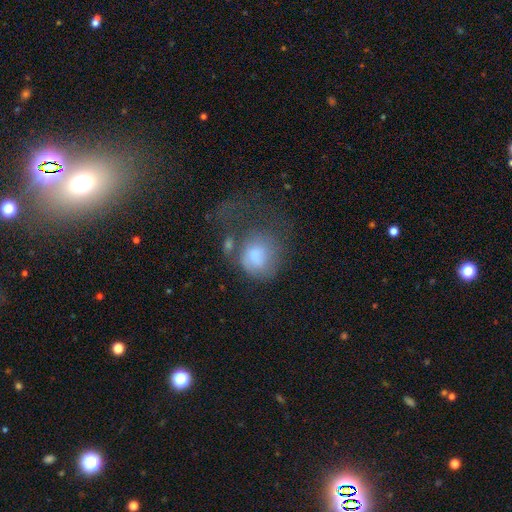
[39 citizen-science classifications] Smooth or featured: smooth — 82% (featured or disk — 15%)
How rounded: round — 66% (in between — 34%)
Merging: major disturbance — 55% (merger — 18%)